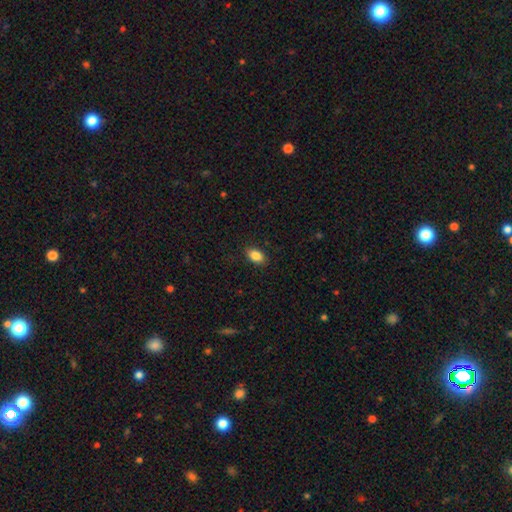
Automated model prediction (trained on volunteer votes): Morphology: type=smooth (86%); roundness=in between (89%); merging=none (88%).